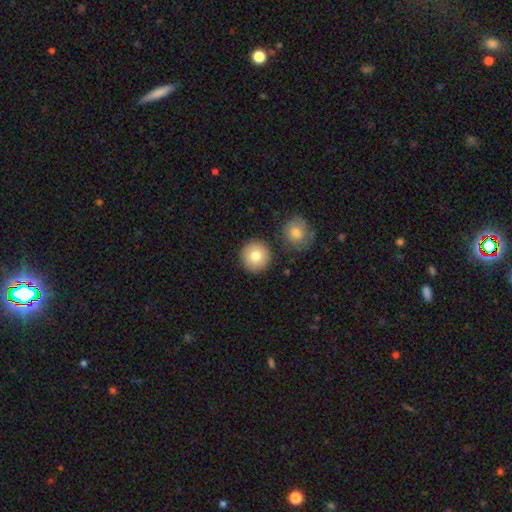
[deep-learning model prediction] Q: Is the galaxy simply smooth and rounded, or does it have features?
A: smooth — 81%.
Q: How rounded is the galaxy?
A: round — 95%.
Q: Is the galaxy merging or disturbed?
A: none — 86%.